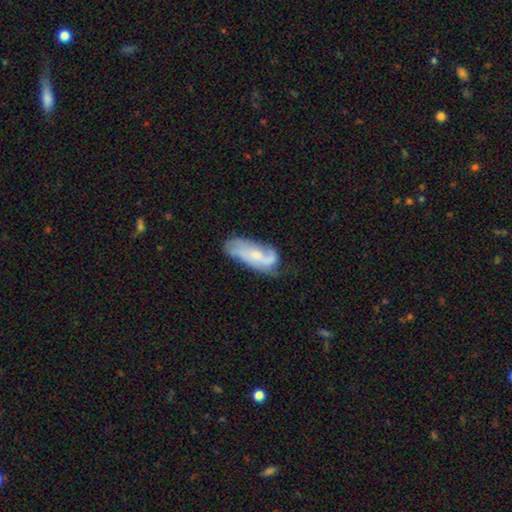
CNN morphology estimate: This appears to be a featured or disk galaxy (55%). Merging: none (42%).